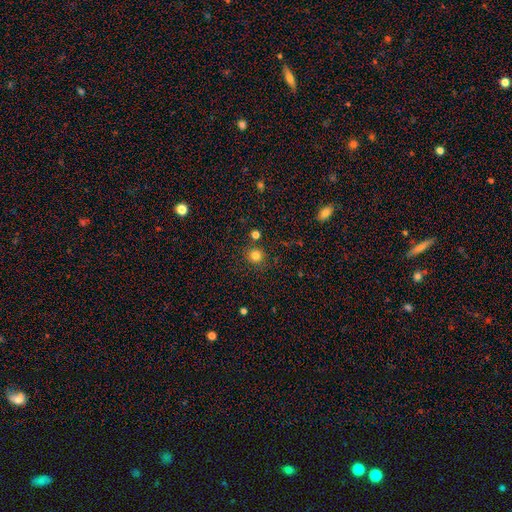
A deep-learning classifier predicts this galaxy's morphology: Smooth or featured?
  - smooth: 80% *
  - star or artifact: 14%
  - featured or disk: 6%
How rounded?
  - round: 92% *
  - in between: 7%
  - cigar-shaped: 1%
Merging?
  - none: 85% *
  - minor disturbance: 8%
  - merger: 5%
  - major disturbance: 3%